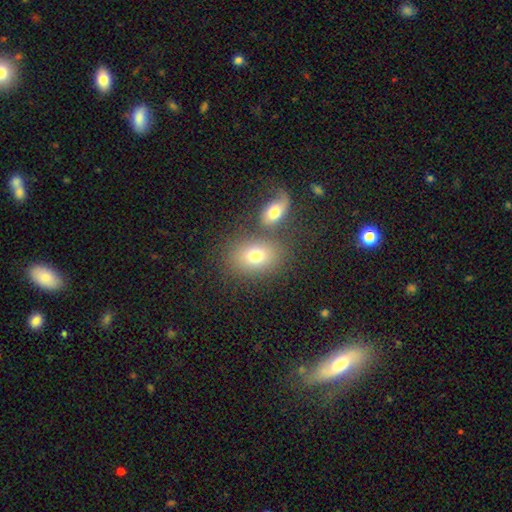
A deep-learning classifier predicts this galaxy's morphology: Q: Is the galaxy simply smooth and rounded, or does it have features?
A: smooth — 73%.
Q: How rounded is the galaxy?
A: in between — 72%.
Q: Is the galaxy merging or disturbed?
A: none — 61%.